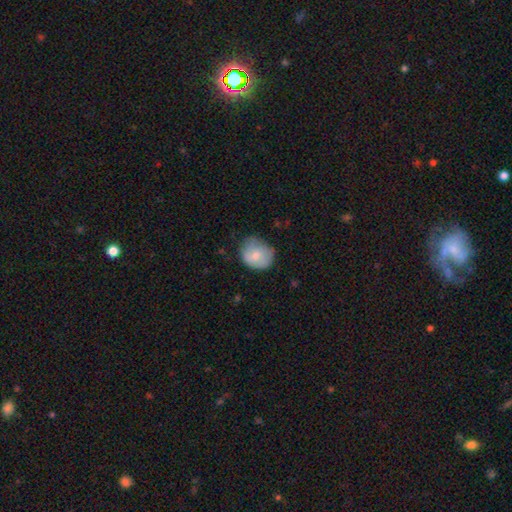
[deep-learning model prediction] Smooth or featured: smooth — 74% (featured or disk — 19%)
How rounded: round — 70% (in between — 29%)
Merging: none — 59% (minor disturbance — 31%)